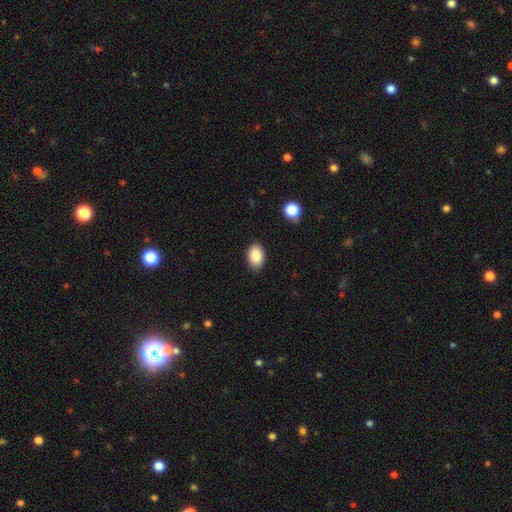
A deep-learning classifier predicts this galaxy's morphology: This appears to be a smooth galaxy with no disk features (88%) that is in between round and cigar-shaped (90%). Merging: none (88%).